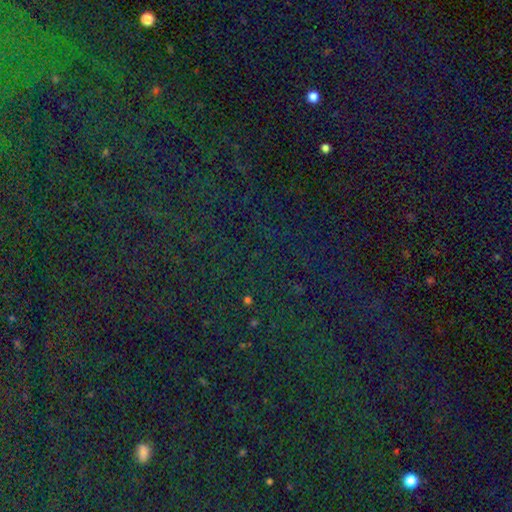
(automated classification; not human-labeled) smooth_or_featured: star or artifact (p=0.83) [alt: smooth p=0.10]